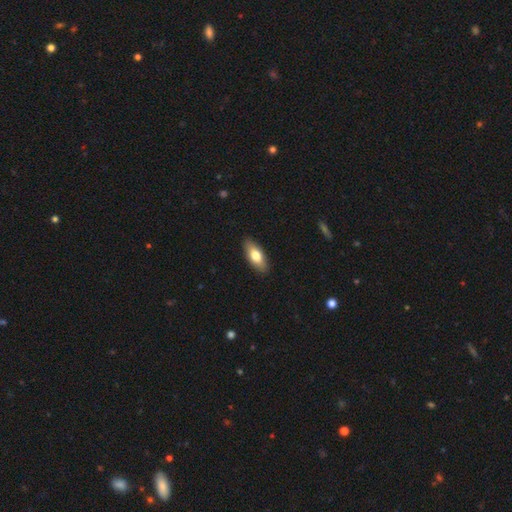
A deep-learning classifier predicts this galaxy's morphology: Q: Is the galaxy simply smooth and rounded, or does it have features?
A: smooth — 73%.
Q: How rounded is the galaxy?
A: in between — 82%.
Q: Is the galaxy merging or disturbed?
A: none — 89%.